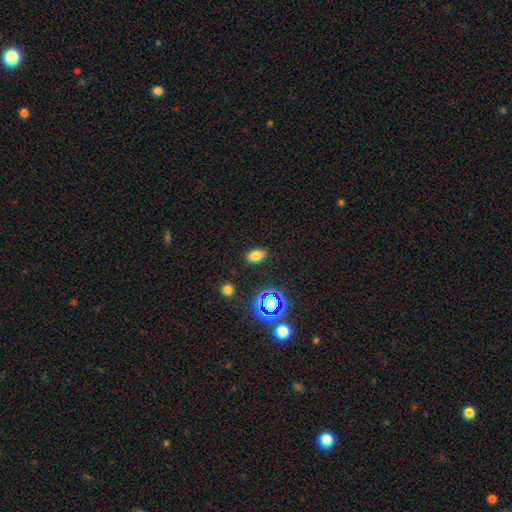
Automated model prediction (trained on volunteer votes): smooth-or-featured: smooth: 75% | star or artifact: 17% | featured or disk: 8%
  how-rounded: in between: 87% | round: 10% | cigar-shaped: 3%
  merging: none: 87% | minor disturbance: 9% | major disturbance: 3% | merger: 2%